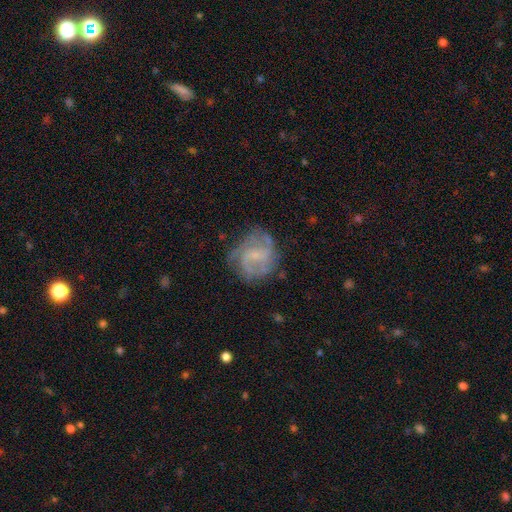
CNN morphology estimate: The model was most divided on "bar": no: 51%, weak: 42%, strong: 8%. Remaining: edge-on disk — no (98%); spiral arms — yes (91%); smooth or featured — featured or disk (78%); bulge size — small (71%); merging — none (66%); spiral winding — medium (49%); spiral arm count — 2 (37%).